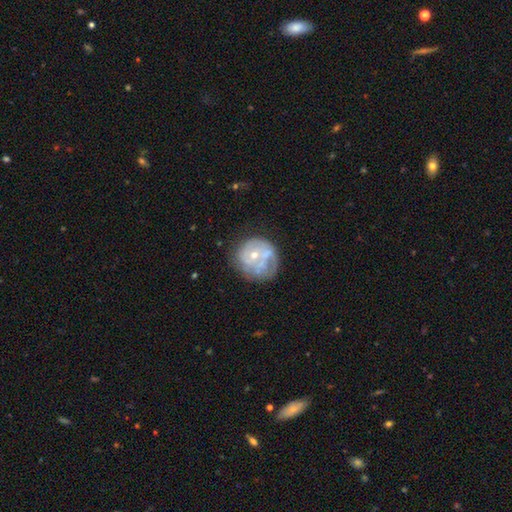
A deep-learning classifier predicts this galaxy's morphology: Smooth or featured: featured or disk — 63% (smooth — 29%)
Edge-on disk: no — 98% (yes — 2%)
Bar: no — 79% (weak — 18%)
Spiral arms: yes — 53% (no — 47%)
Bulge size: small — 58% (moderate — 36%)
Merging: none — 51% (minor disturbance — 24%)